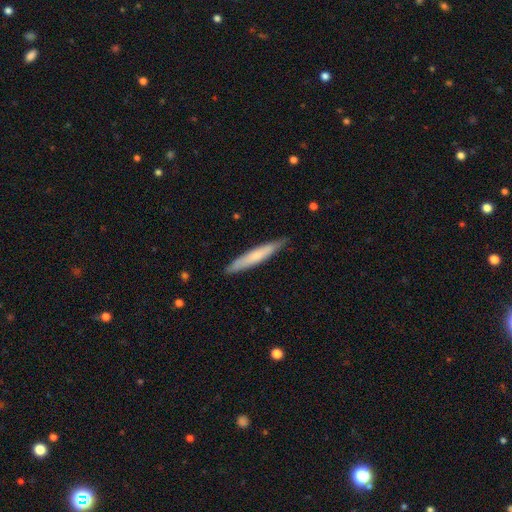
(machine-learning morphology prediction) Overall: smooth (61%; featured or disk 33%). How rounded: cigar-shaped (93%). Merging: none (86%).